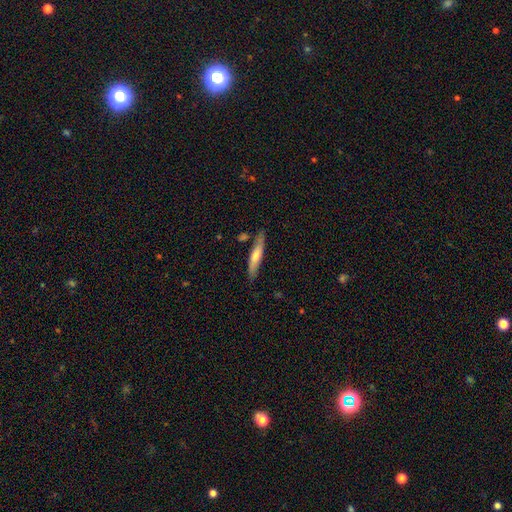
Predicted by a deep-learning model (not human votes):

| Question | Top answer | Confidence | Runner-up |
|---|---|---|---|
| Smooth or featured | smooth | 57% | featured or disk (38%) |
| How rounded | cigar-shaped | 90% | in between (9%) |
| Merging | none | 80% | minor disturbance (14%) |